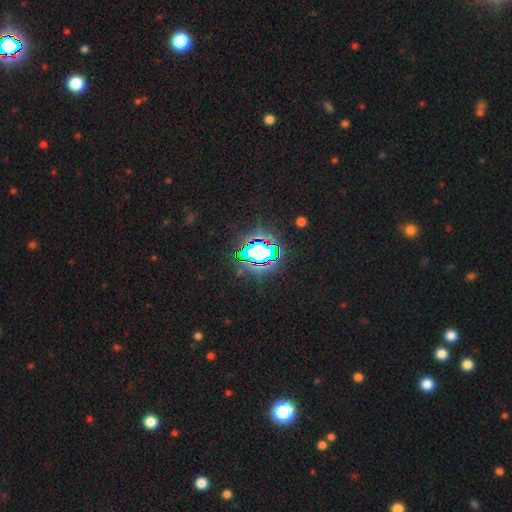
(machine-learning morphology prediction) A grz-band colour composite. It shows a star or artifact, not a galaxy (78%).